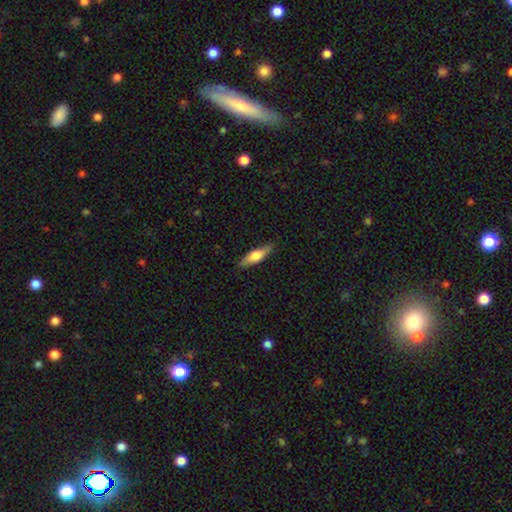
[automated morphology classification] Smooth or featured?
  - smooth: 56% *
  - featured or disk: 38%
  - star or artifact: 6%
How rounded?
  - cigar-shaped: 58% *
  - in between: 39%
  - round: 2%
Merging?
  - none: 84% *
  - minor disturbance: 12%
  - major disturbance: 2%
  - merger: 1%